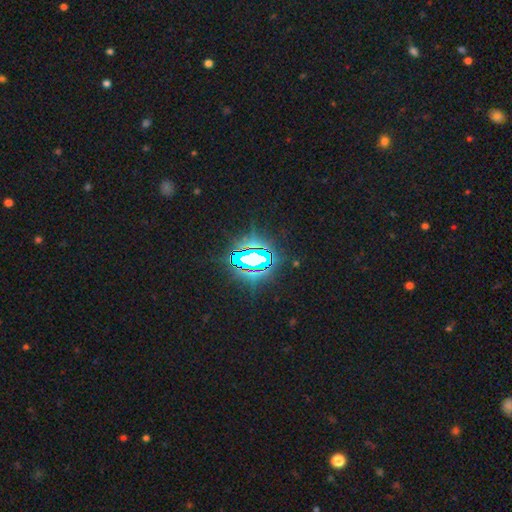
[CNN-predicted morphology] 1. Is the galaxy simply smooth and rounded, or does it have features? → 78% star or artifact, 12% smooth, 10% featured or disk.